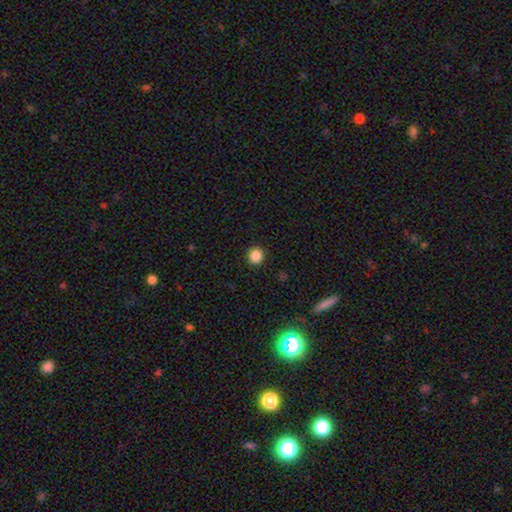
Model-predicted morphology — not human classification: This appears to be a smooth galaxy with no disk features (86%) that is round (94%). Merging: none (93%).